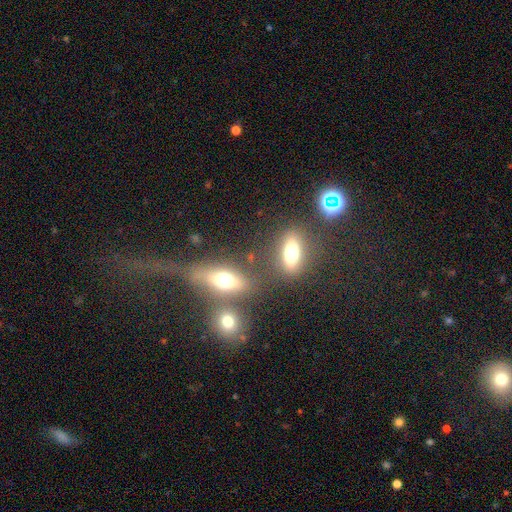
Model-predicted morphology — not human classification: This appears to be a smooth galaxy with no disk features (47%). Merging: none (43%).